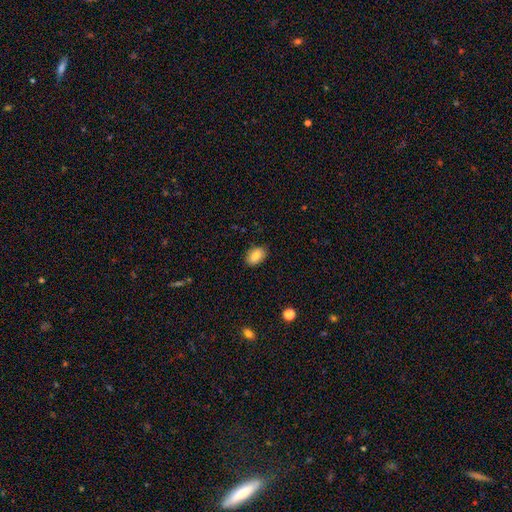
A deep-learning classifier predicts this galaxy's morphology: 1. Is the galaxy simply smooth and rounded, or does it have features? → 83% smooth, 9% featured or disk, 8% star or artifact.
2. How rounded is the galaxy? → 88% in between, 11% round, 2% cigar-shaped.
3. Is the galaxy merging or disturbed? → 87% none, 10% minor disturbance, 2% major disturbance, 1% merger.